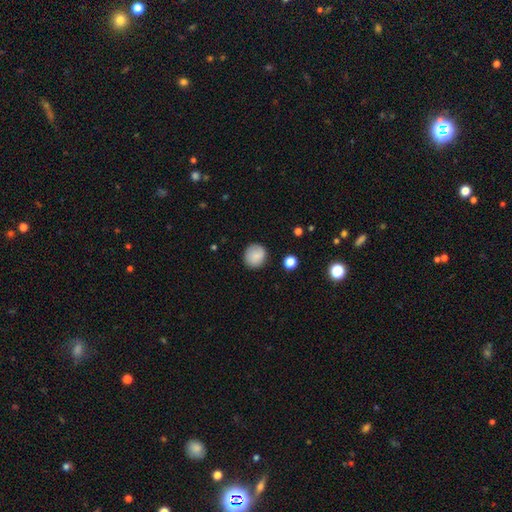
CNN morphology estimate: Smooth or featured: smooth — 85% (star or artifact — 8%)
How rounded: round — 89% (in between — 10%)
Merging: none — 87% (minor disturbance — 9%)